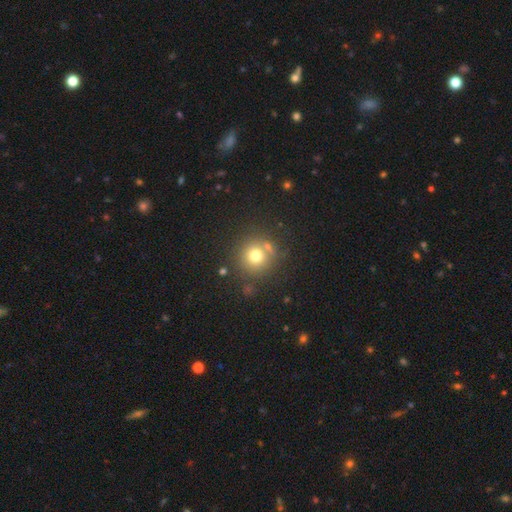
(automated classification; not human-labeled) smooth-or-featured: smooth: 72% | star or artifact: 16% | featured or disk: 12%
  how-rounded: round: 93% | in between: 6% | cigar-shaped: 1%
  merging: none: 74% | merger: 11% | minor disturbance: 10% | major disturbance: 4%